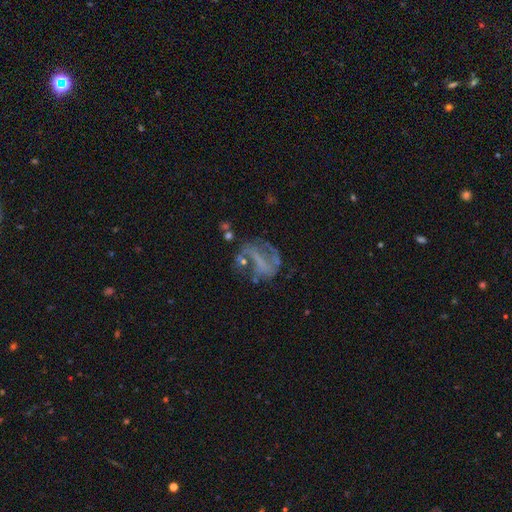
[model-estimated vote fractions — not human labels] Smooth or featured?
  - featured or disk: 65% *
  - smooth: 18%
  - star or artifact: 18%
Edge-on disk?
  - no: 94% *
  - yes: 6%
Bar?
  - no: 35% *
  - strong: 34%
  - weak: 30%
Spiral arms?
  - yes: 59% *
  - no: 41%
Bulge size?
  - none: 67% *
  - small: 20%
  - moderate: 8%
  - large: 2%
  - dominant: 1%
Merging?
  - none: 44% *
  - major disturbance: 30%
  - minor disturbance: 17%
  - merger: 9%